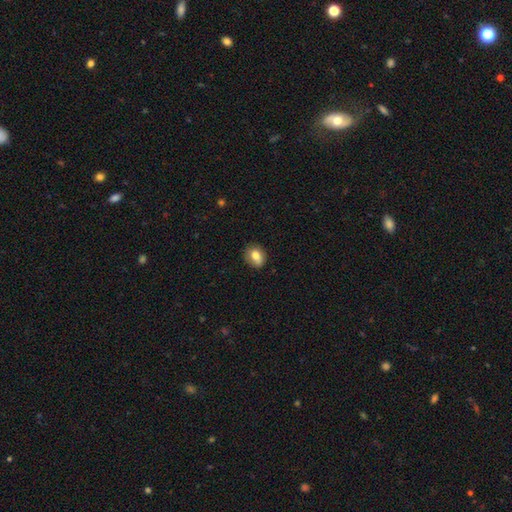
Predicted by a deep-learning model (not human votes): smooth_or_featured: smooth (p=0.78) [alt: featured or disk p=0.14]
how_rounded: round (p=0.51) [alt: in between p=0.47]
merging: none (p=0.80) [alt: minor disturbance p=0.16]